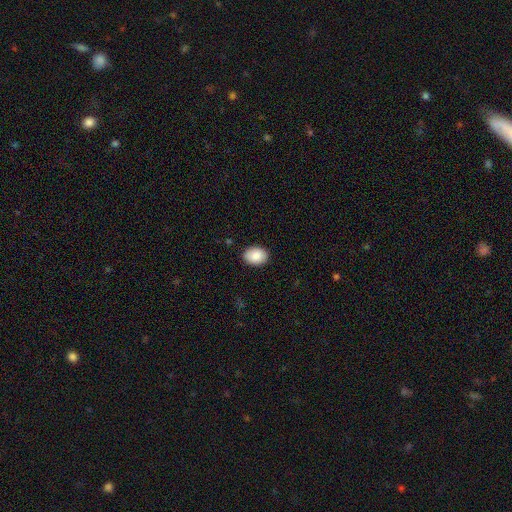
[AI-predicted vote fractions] Smooth or featured?
  - smooth: 88% *
  - star or artifact: 7%
  - featured or disk: 5%
How rounded?
  - in between: 72% *
  - round: 27%
  - cigar-shaped: 1%
Merging?
  - none: 89% *
  - minor disturbance: 8%
  - major disturbance: 2%
  - merger: 1%